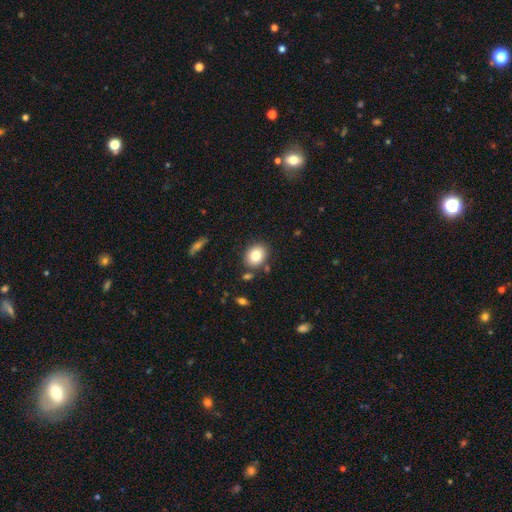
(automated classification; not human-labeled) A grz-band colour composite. It shows a smooth galaxy with no disk features (80%) that is round (51%). Merging: none (82%).